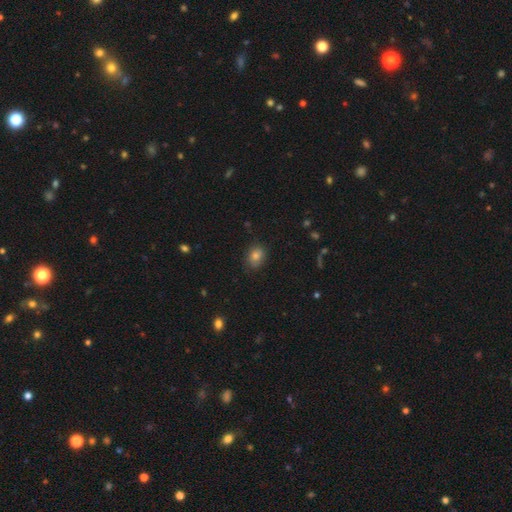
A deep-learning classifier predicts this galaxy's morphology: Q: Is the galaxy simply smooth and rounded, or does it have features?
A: smooth — 78%.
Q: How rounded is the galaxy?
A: in between — 55%.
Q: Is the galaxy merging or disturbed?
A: none — 79%.